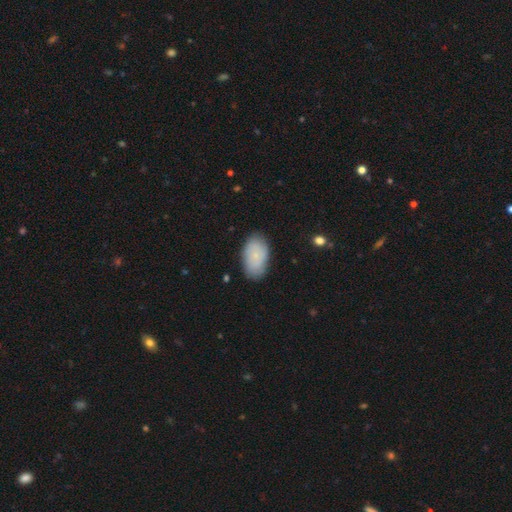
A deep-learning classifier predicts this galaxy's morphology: Smooth or featured? Predicted: smooth (p=0.72). How rounded? Predicted: in between (p=0.94). Merging? Predicted: none (p=0.81).